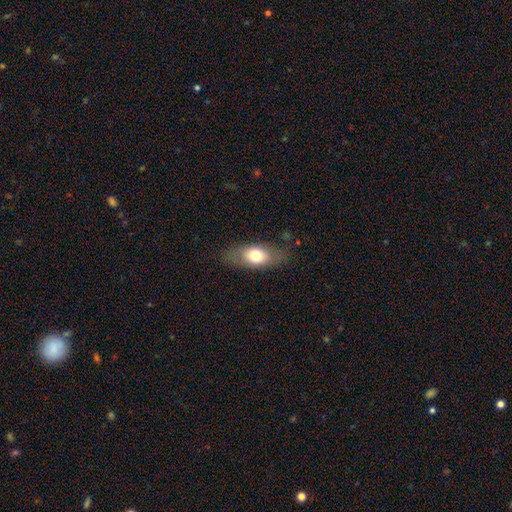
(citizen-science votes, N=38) Volunteers were most divided on "merging": none: 78%, minor disturbance: 14%, major disturbance: 6%, merger: 3%. More confident: how rounded — in between (84%); smooth or featured — smooth (82%).